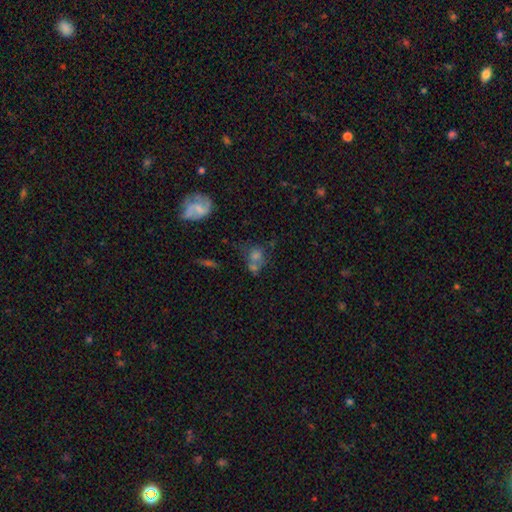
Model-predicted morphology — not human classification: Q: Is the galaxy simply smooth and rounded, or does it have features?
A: smooth — 56%.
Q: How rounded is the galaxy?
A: round — 68%.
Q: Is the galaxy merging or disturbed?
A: none — 42%.